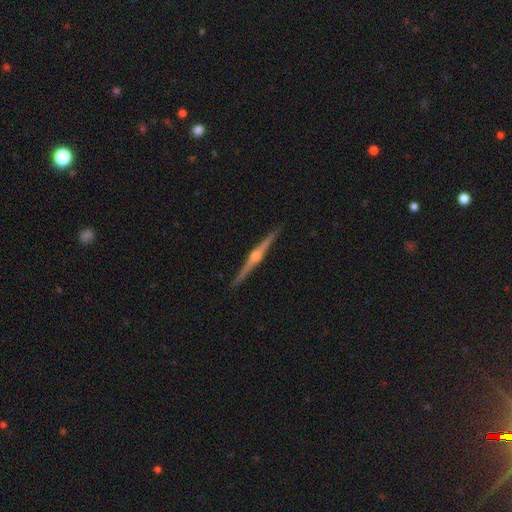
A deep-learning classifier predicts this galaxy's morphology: The model was most divided on "smooth or featured": featured or disk: 88%, smooth: 7%, star or artifact: 5%. More confident: edge-on disk — yes (99%); merging — none (92%); edge-on bulge — rounded (92%).